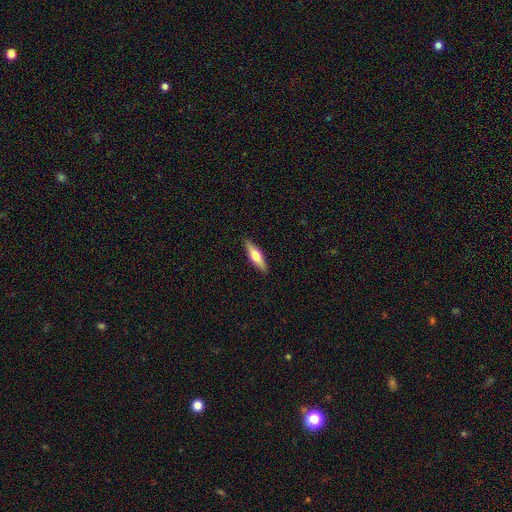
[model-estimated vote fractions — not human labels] Smooth or featured?
  - smooth: 57% *
  - featured or disk: 37%
  - star or artifact: 6%
How rounded?
  - cigar-shaped: 63% *
  - in between: 35%
  - round: 2%
Merging?
  - none: 90% *
  - minor disturbance: 8%
  - major disturbance: 2%
  - merger: 1%